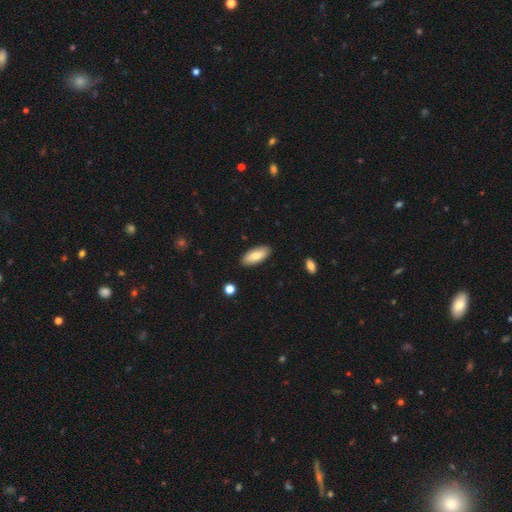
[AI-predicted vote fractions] smooth_or_featured: smooth (p=0.80) [alt: featured or disk p=0.13]
how_rounded: in between (p=0.83) [alt: cigar-shaped p=0.16]
merging: none (p=0.88) [alt: minor disturbance p=0.09]